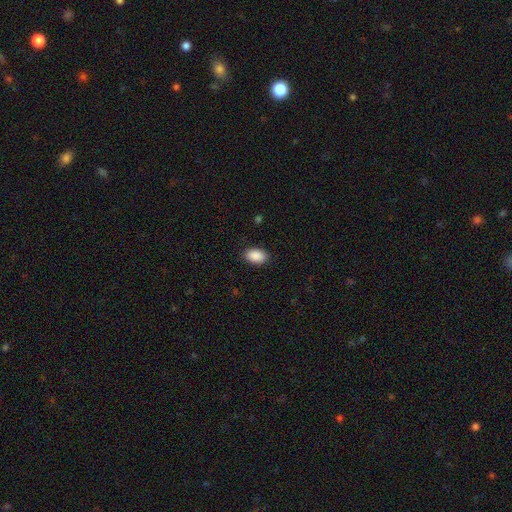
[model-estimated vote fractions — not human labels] Smooth or featured? smooth (91%)
How rounded? in between (92%)
Merging? none (88%)